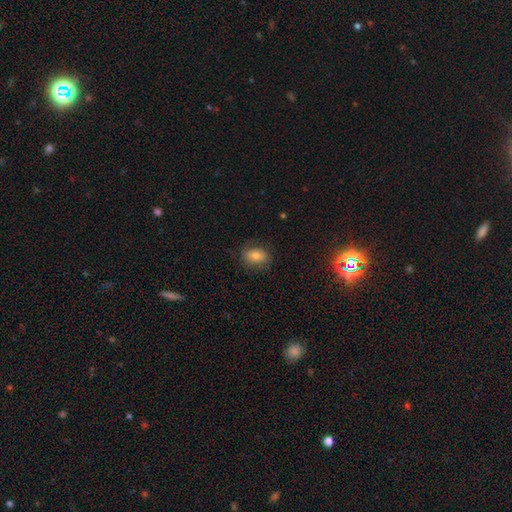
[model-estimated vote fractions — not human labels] The model was most divided on "how rounded": in between: 69%, round: 29%, cigar-shaped: 2%. More confident: merging — none (80%); smooth or featured — smooth (64%).